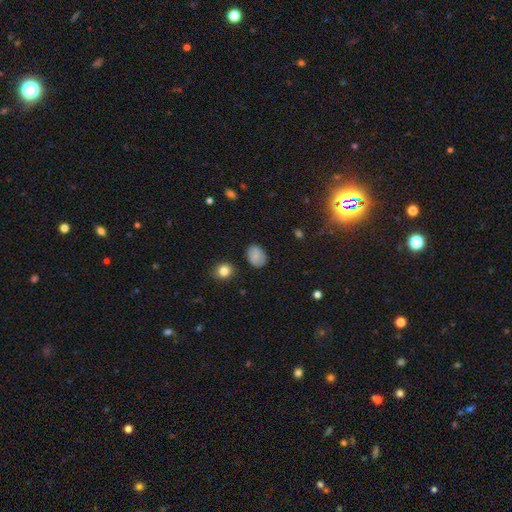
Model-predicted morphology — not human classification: smooth 79%, featured or disk 11%, star or artifact 10%. Down the decision tree: how rounded — in between (62%); merging — none (80%).